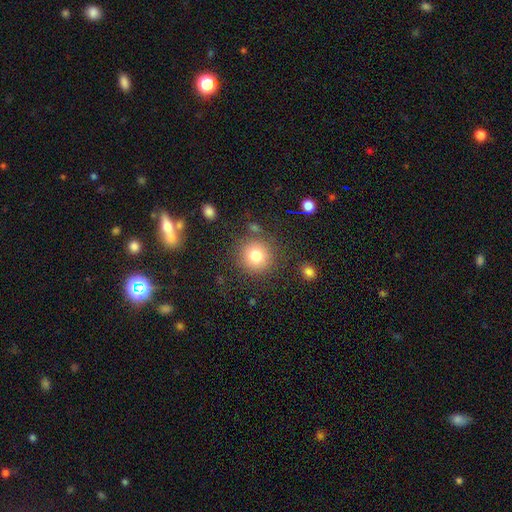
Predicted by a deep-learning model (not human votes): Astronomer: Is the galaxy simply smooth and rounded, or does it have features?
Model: smooth — 80%.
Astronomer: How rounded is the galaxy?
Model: round — 93%.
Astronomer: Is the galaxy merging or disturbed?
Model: none — 84%.